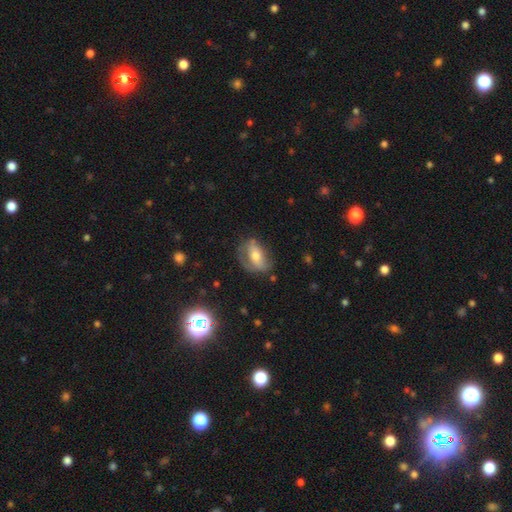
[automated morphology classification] Q: Smooth or featured?
A: featured or disk (46%); runner-up: smooth (45%)
Q: Merging?
A: none (55%); runner-up: minor disturbance (27%)